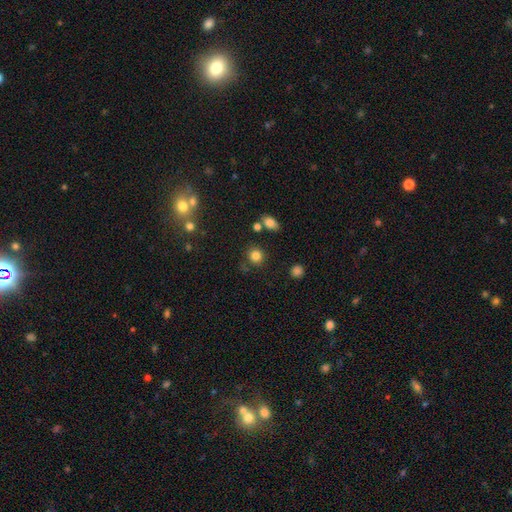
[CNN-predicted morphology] type=smooth (82%); roundness=round (87%); merging=none (81%).